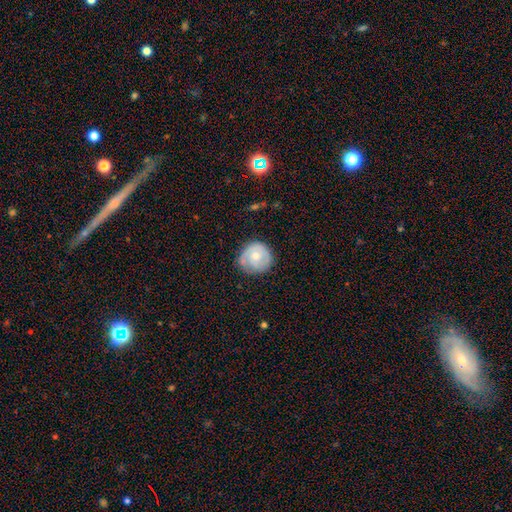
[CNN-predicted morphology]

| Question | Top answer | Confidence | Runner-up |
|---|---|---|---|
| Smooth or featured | featured or disk | 51% | smooth (43%) |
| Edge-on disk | no | 97% | yes (3%) |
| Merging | none | 66% | minor disturbance (25%) |